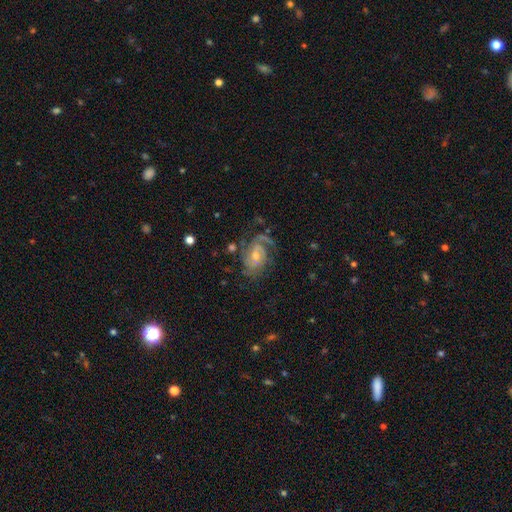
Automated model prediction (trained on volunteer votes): smooth-or-featured: featured or disk: 85% | smooth: 8% | star or artifact: 6%
  disk-edge-on: no: 97% | yes: 3%
    bar: no: 55% | weak: 37% | strong: 8%
    has-spiral-arms: yes: 96% | no: 4%
      spiral-winding: tight: 45% | medium: 40% | loose: 15%
      spiral-arm-count: 2: 42% | can't tell: 19% | 3: 18% | 1: 11% | 4: 5% | more than 4: 5%
    bulge-size: small: 50% | moderate: 45% | large: 2% | none: 2% | dominant: 1%
  merging: none: 61% | minor disturbance: 19% | major disturbance: 17% | merger: 3%